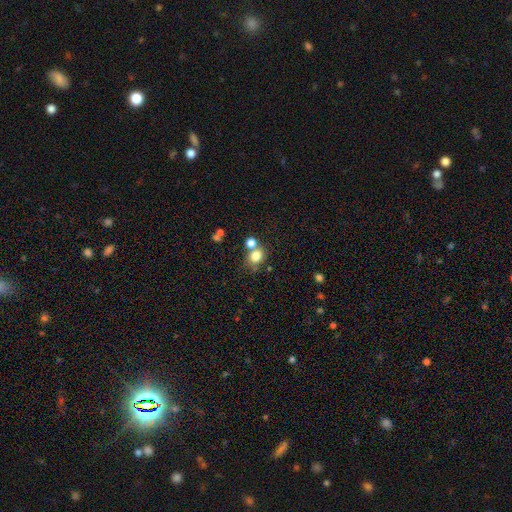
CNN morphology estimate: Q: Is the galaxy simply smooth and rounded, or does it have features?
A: smooth — 78%.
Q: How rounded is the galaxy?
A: round — 66%.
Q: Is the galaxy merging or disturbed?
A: none — 55%.